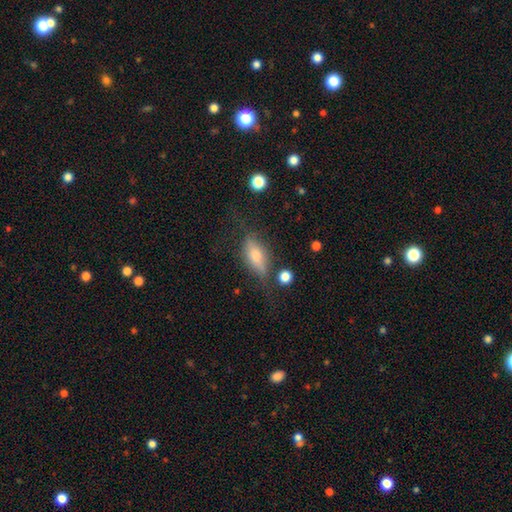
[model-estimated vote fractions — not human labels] Smooth or featured? smooth (51%)
How rounded? in between (68%)
Merging? none (62%)